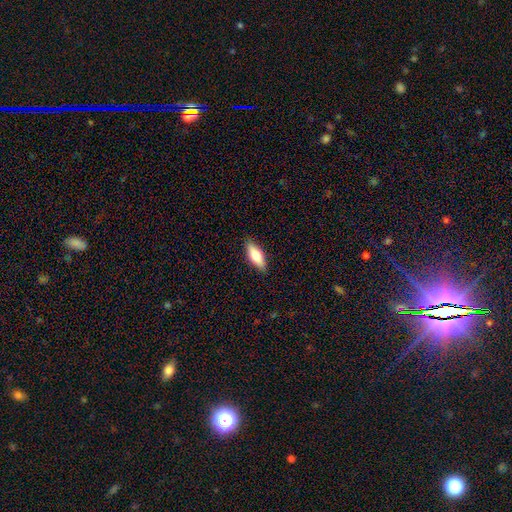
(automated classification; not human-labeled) This appears to be a smooth galaxy with no disk features (71%) that is in between round and cigar-shaped (69%). Merging: none (87%).